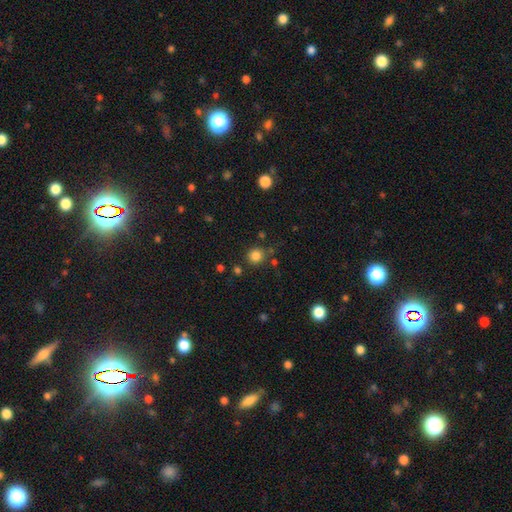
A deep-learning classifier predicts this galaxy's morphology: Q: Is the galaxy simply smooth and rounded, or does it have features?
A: smooth — 82%.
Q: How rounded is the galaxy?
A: round — 89%.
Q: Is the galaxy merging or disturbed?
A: none — 81%.